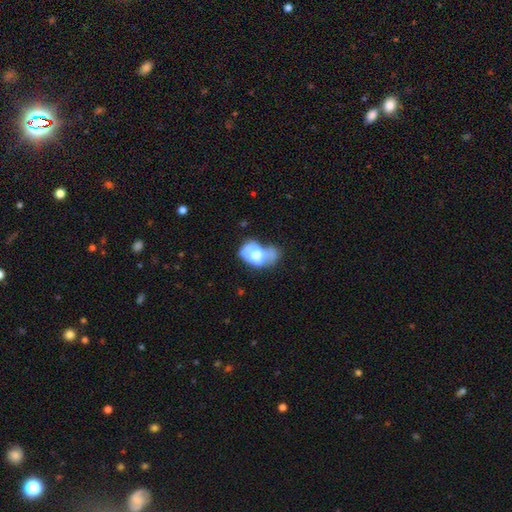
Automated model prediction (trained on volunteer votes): Q: Smooth or featured?
A: featured or disk (46%); runner-up: smooth (45%)
Q: Merging?
A: major disturbance (34%); runner-up: merger (23%)